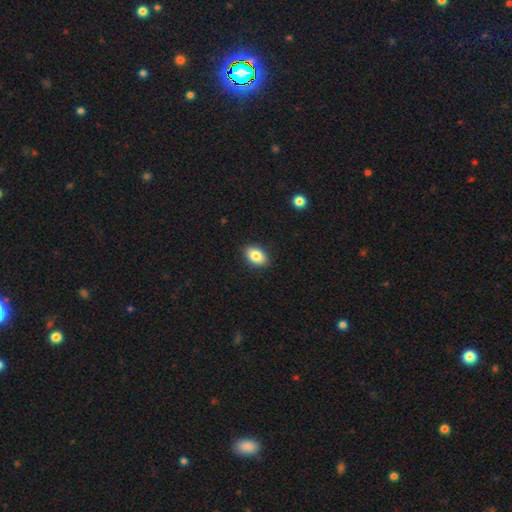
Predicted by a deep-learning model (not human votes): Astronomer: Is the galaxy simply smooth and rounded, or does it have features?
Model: smooth — 84%.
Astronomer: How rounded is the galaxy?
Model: in between — 86%.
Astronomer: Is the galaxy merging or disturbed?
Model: none — 89%.